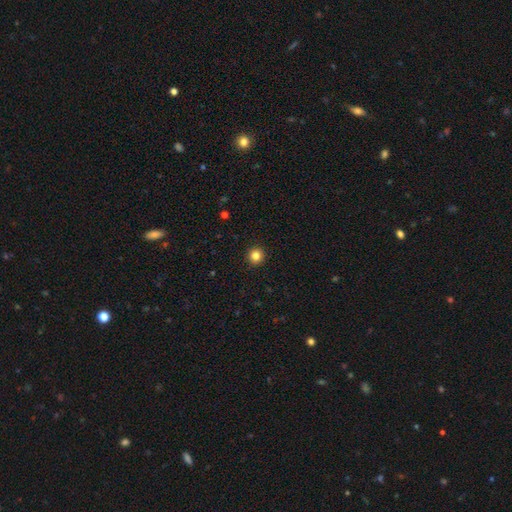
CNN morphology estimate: Smooth or featured?
  - smooth: 84% *
  - star or artifact: 11%
  - featured or disk: 5%
How rounded?
  - round: 95% *
  - in between: 4%
  - cigar-shaped: 1%
Merging?
  - none: 93% *
  - minor disturbance: 4%
  - major disturbance: 1%
  - merger: 1%